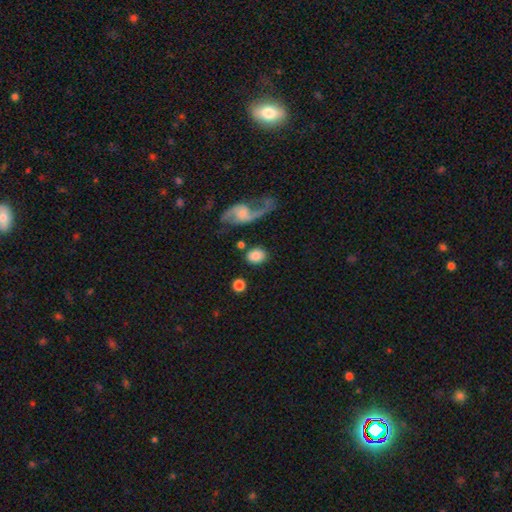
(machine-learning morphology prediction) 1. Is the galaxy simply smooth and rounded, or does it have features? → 76% smooth, 17% featured or disk, 7% star or artifact.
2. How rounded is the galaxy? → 53% in between, 45% round, 2% cigar-shaped.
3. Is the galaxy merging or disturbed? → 74% none, 12% minor disturbance, 7% merger, 7% major disturbance.